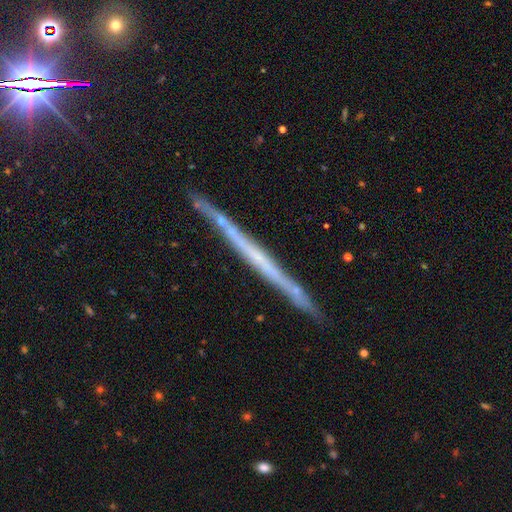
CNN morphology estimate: featured or disk 67%, smooth 23%, star or artifact 10%. Down the decision tree: edge-on disk — yes (97%); edge-on bulge — none (87%); merging — none (88%).